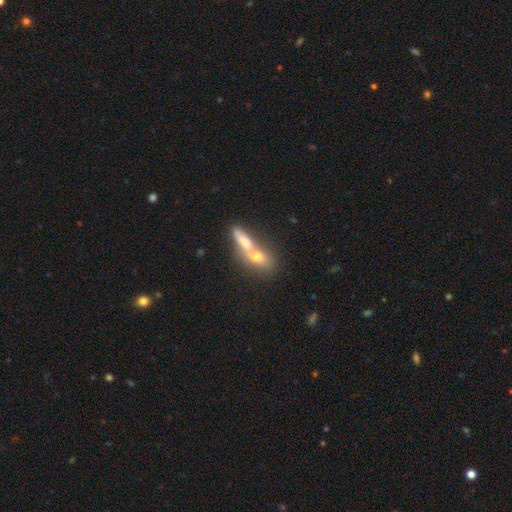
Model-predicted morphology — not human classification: Smooth or featured? smooth (54%)
How rounded? cigar-shaped (44%)
Merging? merger (62%)